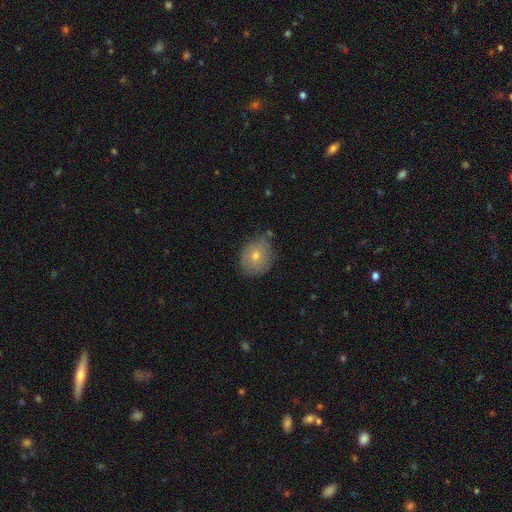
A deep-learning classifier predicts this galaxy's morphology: type=smooth (62%); roundness=round (65%); merging=none (70%).